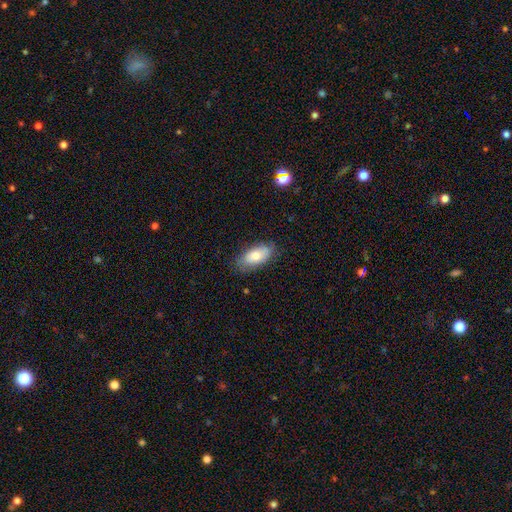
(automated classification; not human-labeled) This appears to be a smooth galaxy with no disk features (76%) that is in between round and cigar-shaped (91%). Merging: none (78%).